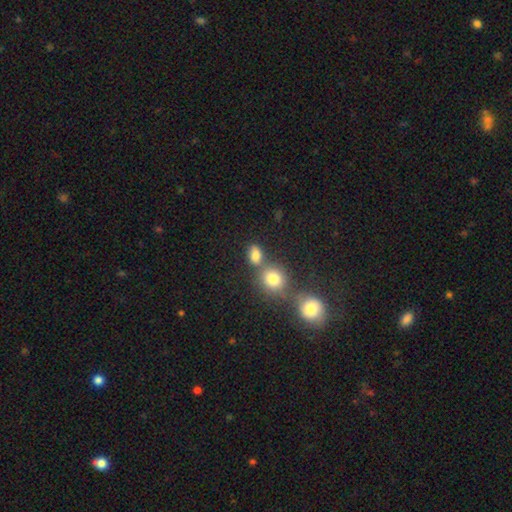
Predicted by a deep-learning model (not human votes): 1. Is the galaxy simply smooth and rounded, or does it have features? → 79% smooth, 14% star or artifact, 8% featured or disk.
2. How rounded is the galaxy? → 68% in between, 30% round, 3% cigar-shaped.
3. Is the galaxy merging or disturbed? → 56% none, 27% merger, 12% minor disturbance, 5% major disturbance.